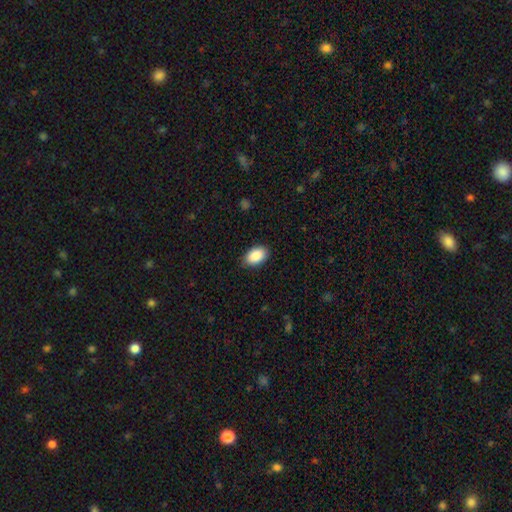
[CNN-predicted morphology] A smooth galaxy with no disk features (90%) that is in between round and cigar-shaped (93%).

Vote fractions:
- Smooth or featured? smooth: 90% / star or artifact: 6% / featured or disk: 4%
- How rounded? in between: 93% / round: 6% / cigar-shaped: 1%
- Merging? none: 87% / minor disturbance: 10% / major disturbance: 2% / merger: 1%